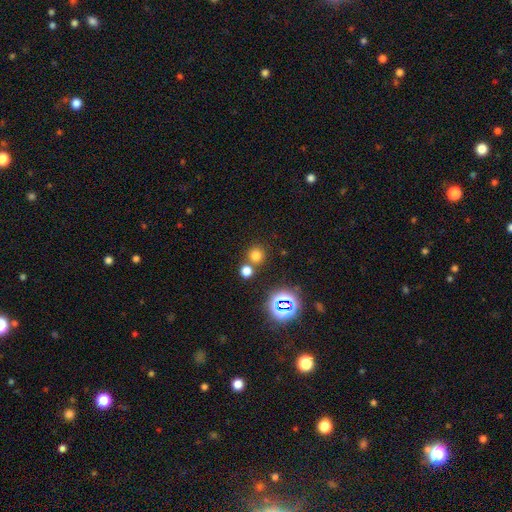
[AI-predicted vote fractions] smooth 69%, star or artifact 25%, featured or disk 6%. Down the decision tree: how rounded — round (91%); merging — none (70%).